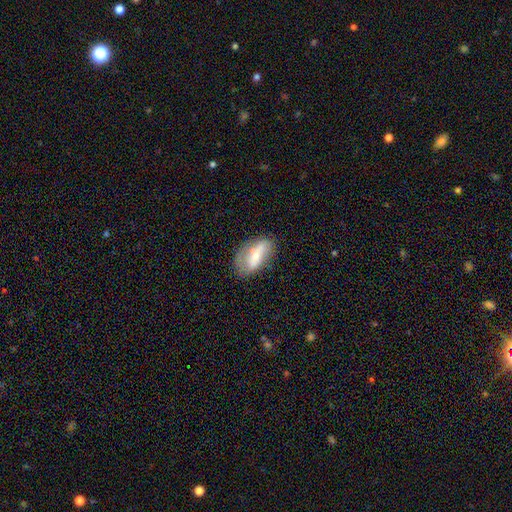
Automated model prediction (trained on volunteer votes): Smooth or featured? Predicted: smooth (p=0.52). How rounded? Predicted: in between (p=0.86). Merging? Predicted: none (p=0.55).